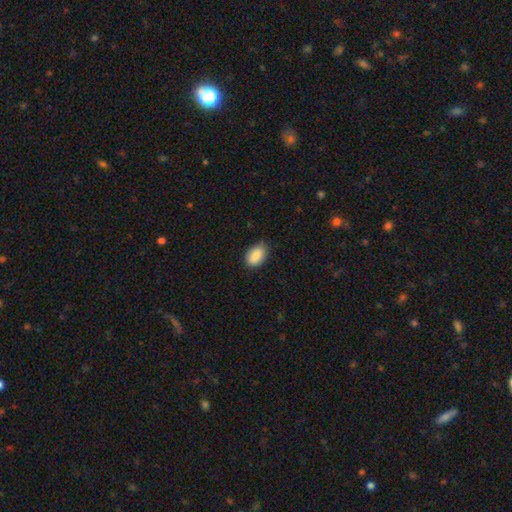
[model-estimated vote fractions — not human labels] smooth-or-featured: smooth: 89% | star or artifact: 7% | featured or disk: 4%
  how-rounded: in between: 90% | round: 8% | cigar-shaped: 2%
  merging: none: 79% | minor disturbance: 17% | major disturbance: 3% | merger: 1%